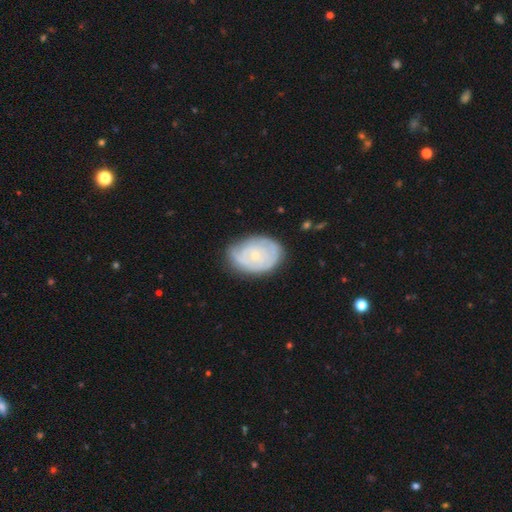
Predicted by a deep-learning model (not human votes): featured or disk 59%, smooth 35%, star or artifact 6%. Down the decision tree: edge-on disk — no (96%); bar — no (83%); spiral arms — yes (70%); bulge size — small (76%); merging — none (67%).